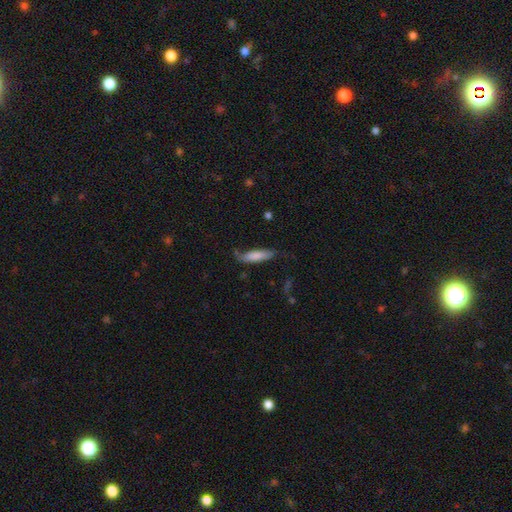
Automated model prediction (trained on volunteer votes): A smooth galaxy with no disk features (78%) that is cigar-shaped (64%).

Vote fractions:
- Smooth or featured? smooth: 78% / featured or disk: 16% / star or artifact: 6%
- How rounded? cigar-shaped: 64% / in between: 34% / round: 2%
- Merging? none: 62% / minor disturbance: 27% / major disturbance: 8% / merger: 3%